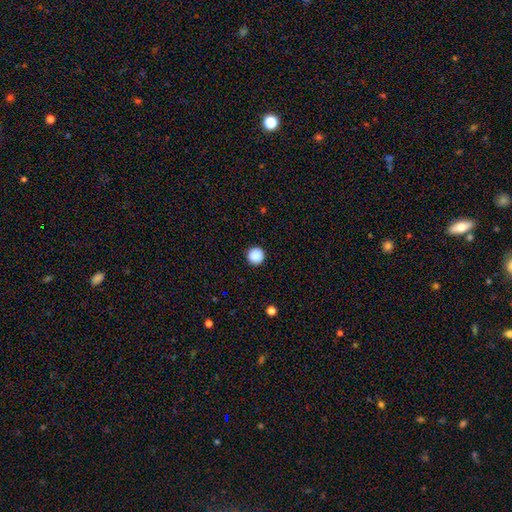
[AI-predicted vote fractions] This appears to be a smooth galaxy with no disk features (89%) that is round (96%). Merging: none (93%).